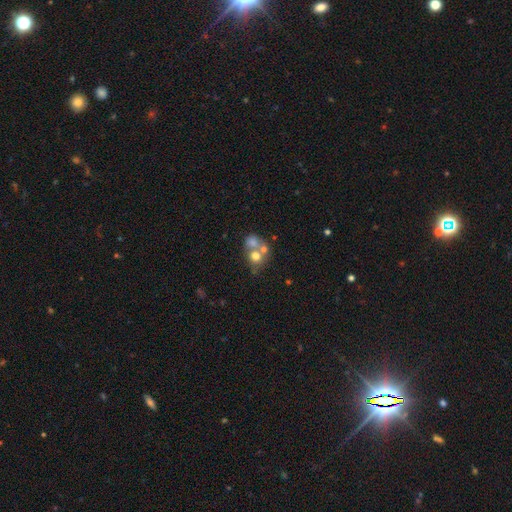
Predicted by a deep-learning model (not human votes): The model was most divided on "merging": merger: 59%, none: 28%, minor disturbance: 7%, major disturbance: 6%. More confident: how rounded — round (70%); smooth or featured — smooth (61%).